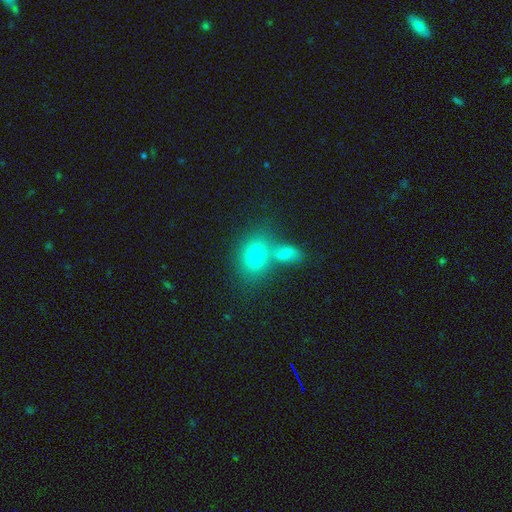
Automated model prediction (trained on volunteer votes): Overall: smooth (74%). How rounded: in between (56%; round 42%). Merging: none (49%; merger 37%).